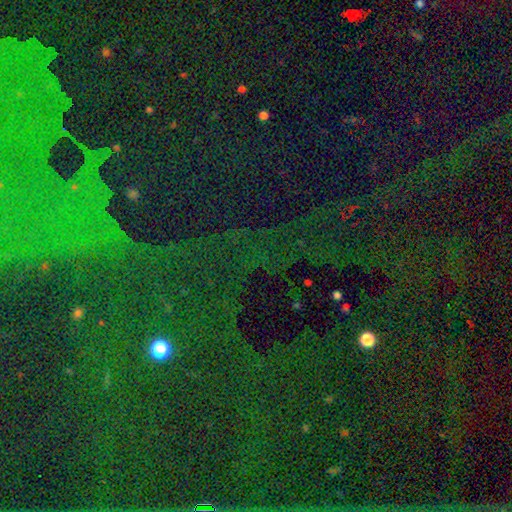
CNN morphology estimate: A star or artifact, not a galaxy (81%).